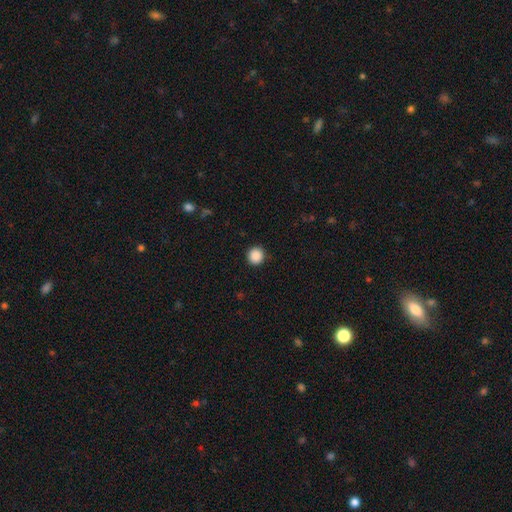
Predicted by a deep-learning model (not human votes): A smooth galaxy with no disk features (89%) that is round (94%). Merging: none (92%).